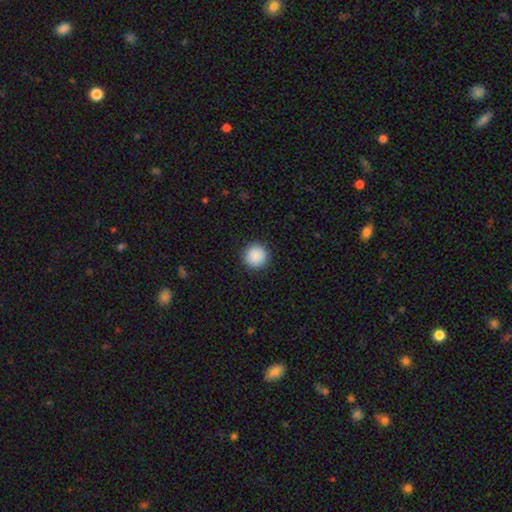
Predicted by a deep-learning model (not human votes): Smooth or featured? Predicted: smooth (p=0.90). How rounded? Predicted: round (p=0.96). Merging? Predicted: none (p=0.93).